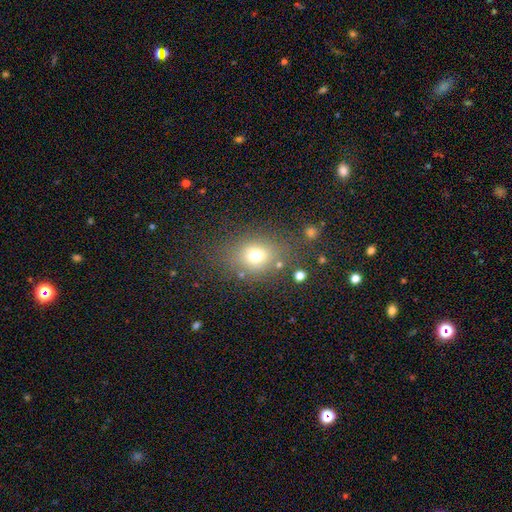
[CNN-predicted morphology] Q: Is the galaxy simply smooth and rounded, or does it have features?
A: smooth — 72%.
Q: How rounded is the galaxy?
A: in between — 55%.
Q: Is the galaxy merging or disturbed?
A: none — 72%.